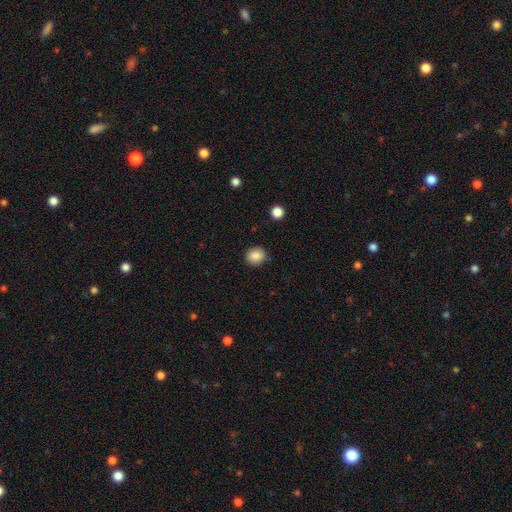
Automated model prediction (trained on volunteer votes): The model was most divided on "how rounded": round: 75%, in between: 24%, cigar-shaped: 1%. More confident: merging — none (88%); smooth or featured — smooth (87%).